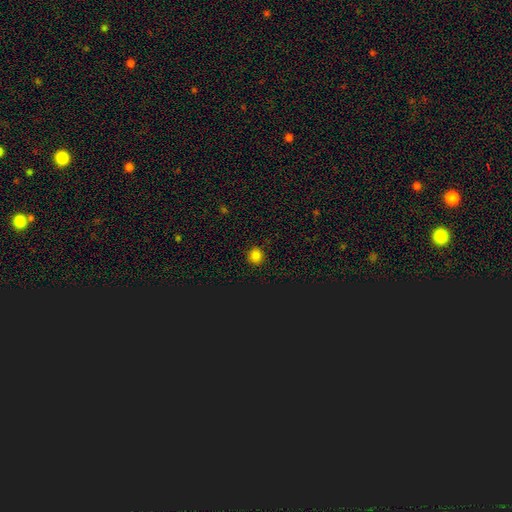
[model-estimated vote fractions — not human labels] Morphology: type=smooth (80%); roundness=round (86%); merging=none (90%).